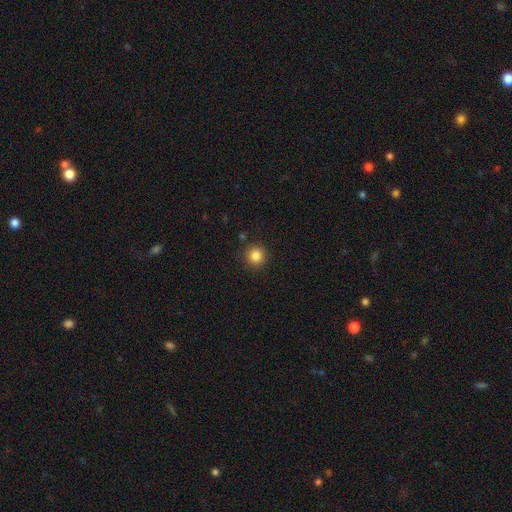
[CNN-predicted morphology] The model was most divided on "smooth or featured": smooth: 85%, star or artifact: 11%, featured or disk: 4%. More confident: how rounded — round (93%); merging — none (89%).